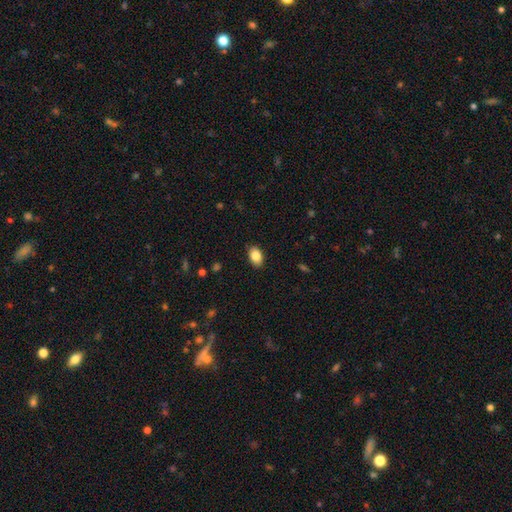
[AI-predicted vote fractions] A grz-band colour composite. It shows a smooth galaxy with no disk features (85%) that is in between round and cigar-shaped (88%). Merging: none (87%).